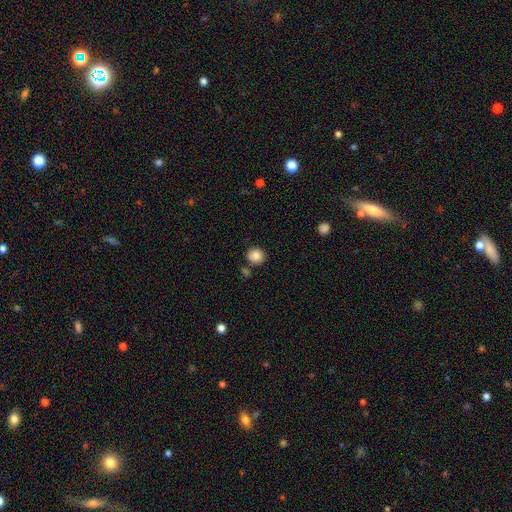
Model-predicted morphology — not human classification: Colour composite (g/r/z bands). It shows a smooth galaxy with no disk features (84%) that is round (85%). Merging: none (81%).